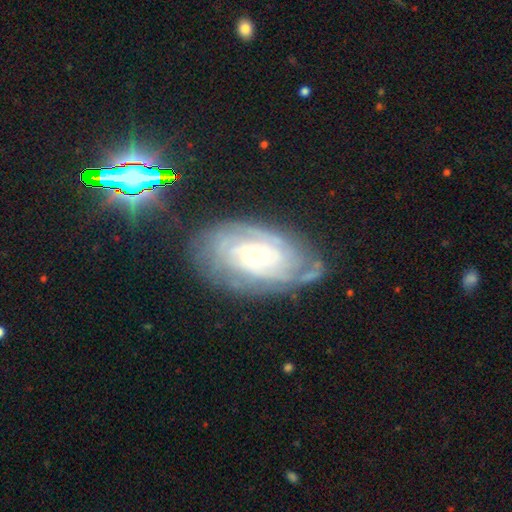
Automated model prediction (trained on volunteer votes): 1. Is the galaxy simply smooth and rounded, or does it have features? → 81% featured or disk, 11% smooth, 7% star or artifact.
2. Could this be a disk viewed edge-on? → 95% no, 5% yes.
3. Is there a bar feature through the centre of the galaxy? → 75% no, 19% weak, 6% strong.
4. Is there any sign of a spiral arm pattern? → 94% yes, 6% no.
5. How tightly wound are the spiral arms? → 75% tight, 20% medium, 5% loose.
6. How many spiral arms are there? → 43% can't tell, 15% 2, 14% 3, 14% 4, 8% more than 4, 5% 1.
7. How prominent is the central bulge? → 68% small, 26% moderate, 3% large, 2% none, 1% dominant.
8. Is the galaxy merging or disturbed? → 71% none, 19% minor disturbance, 7% major disturbance, 3% merger.